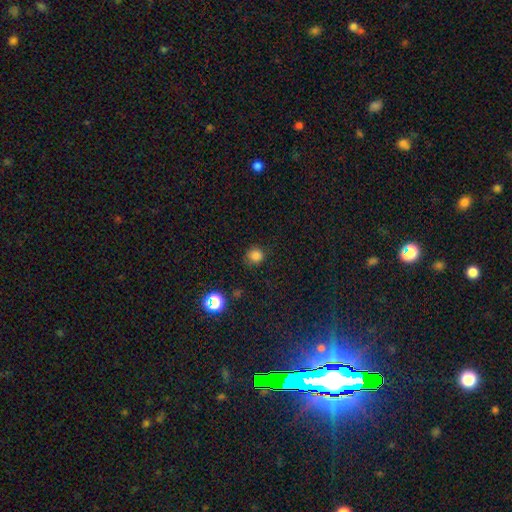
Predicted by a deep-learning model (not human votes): Smooth or featured?
  - smooth: 80% *
  - star or artifact: 15%
  - featured or disk: 5%
How rounded?
  - round: 88% *
  - in between: 11%
  - cigar-shaped: 1%
Merging?
  - none: 79% *
  - minor disturbance: 15%
  - major disturbance: 4%
  - merger: 2%